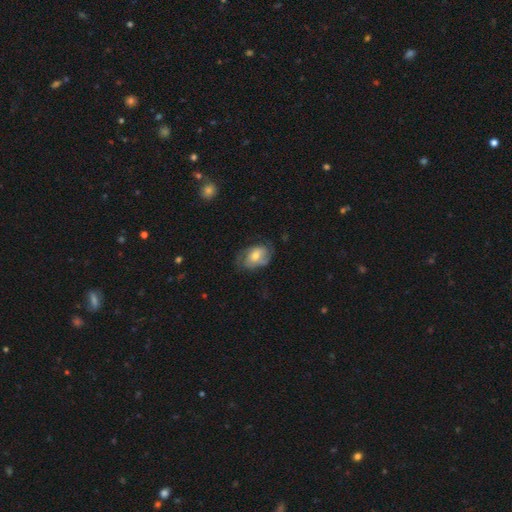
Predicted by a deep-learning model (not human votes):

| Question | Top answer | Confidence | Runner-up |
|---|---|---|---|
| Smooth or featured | featured or disk | 59% | smooth (34%) |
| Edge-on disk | no | 96% | yes (4%) |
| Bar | no | 60% | weak (32%) |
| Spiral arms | yes | 83% | no (17%) |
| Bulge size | moderate | 60% | small (30%) |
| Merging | none | 60% | minor disturbance (24%) |